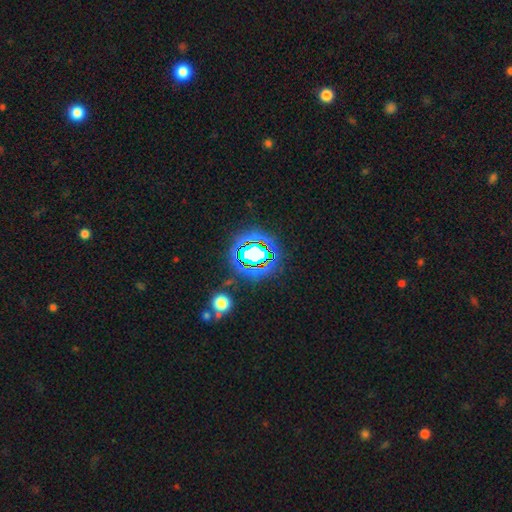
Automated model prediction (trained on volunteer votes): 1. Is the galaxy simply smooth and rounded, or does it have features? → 66% star or artifact, 20% smooth, 14% featured or disk.